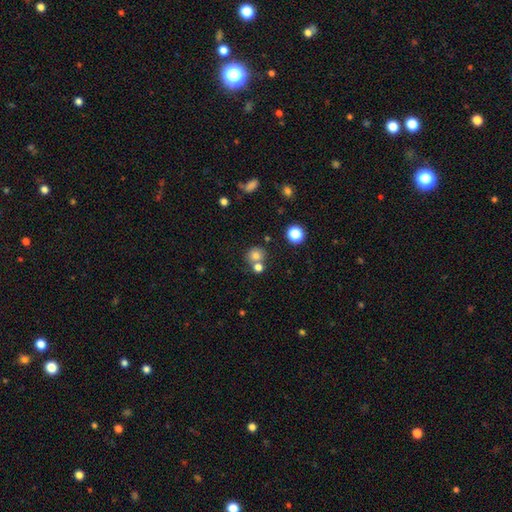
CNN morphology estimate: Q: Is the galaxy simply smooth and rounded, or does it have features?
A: smooth — 76%.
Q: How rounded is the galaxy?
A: round — 85%.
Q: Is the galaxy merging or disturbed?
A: none — 59%.